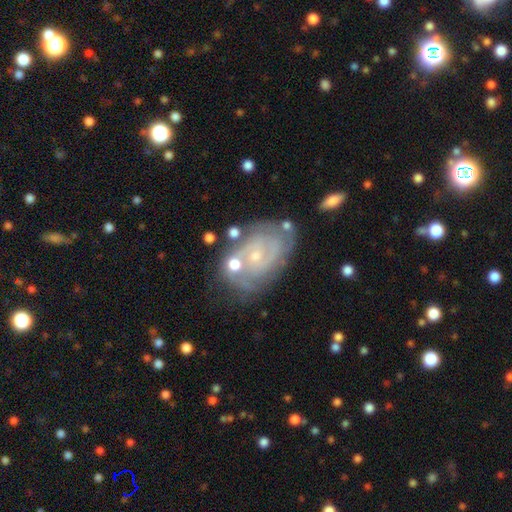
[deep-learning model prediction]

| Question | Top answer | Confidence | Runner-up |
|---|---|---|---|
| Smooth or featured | featured or disk | 82% | smooth (11%) |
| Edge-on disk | no | 97% | yes (3%) |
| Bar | no | 67% | weak (28%) |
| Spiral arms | yes | 92% | no (8%) |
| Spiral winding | tight | 65% | medium (28%) |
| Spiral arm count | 2 | 39% | can't tell (31%) |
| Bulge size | small | 75% | moderate (19%) |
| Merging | none | 65% | minor disturbance (19%) |